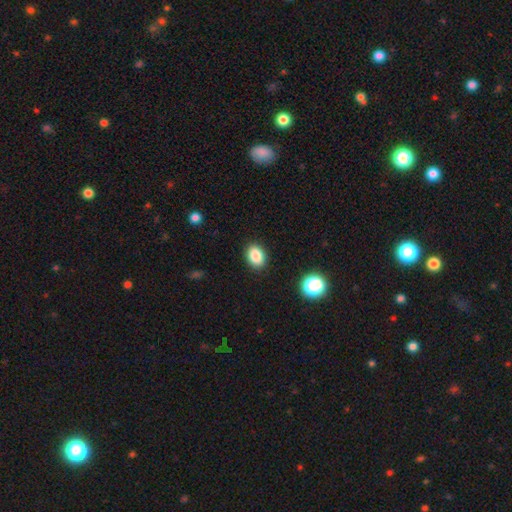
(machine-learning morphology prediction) Q: Smooth or featured?
A: smooth (87%); runner-up: star or artifact (9%)
Q: How rounded?
A: in between (72%); runner-up: round (27%)
Q: Merging?
A: none (89%); runner-up: minor disturbance (7%)